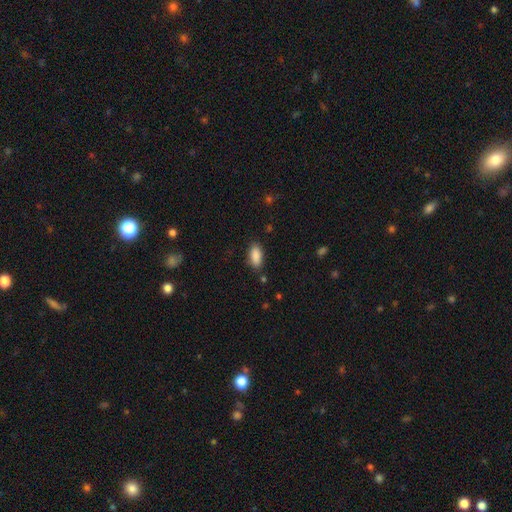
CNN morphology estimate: The model was most divided on "merging": none: 84%, minor disturbance: 12%, major disturbance: 3%, merger: 2%. More confident: how rounded — in between (90%); smooth or featured — smooth (89%).